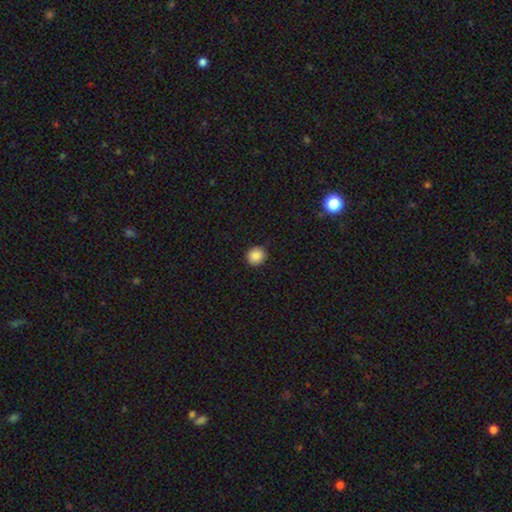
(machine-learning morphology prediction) Smooth or featured? Predicted: smooth (p=0.87). How rounded? Predicted: round (p=0.89). Merging? Predicted: none (p=0.90).